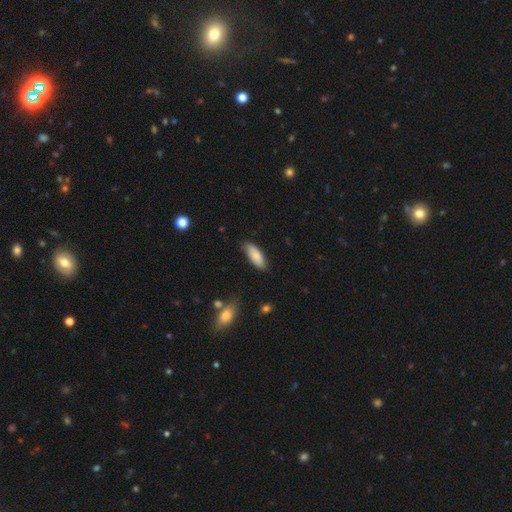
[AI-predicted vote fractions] Smooth or featured: smooth — 86% (featured or disk — 8%)
How rounded: in between — 74% (cigar-shaped — 24%)
Merging: none — 82% (minor disturbance — 14%)